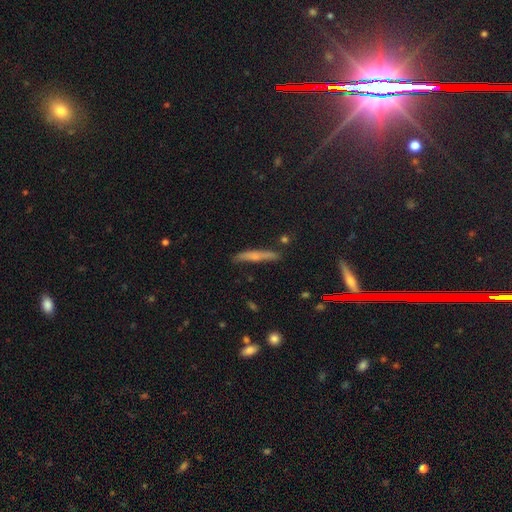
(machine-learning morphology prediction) smooth-or-featured: smooth: 56% | featured or disk: 33% | star or artifact: 11%
  how-rounded: cigar-shaped: 92% | in between: 6% | round: 2%
  merging: none: 78% | minor disturbance: 16% | major disturbance: 3% | merger: 3%